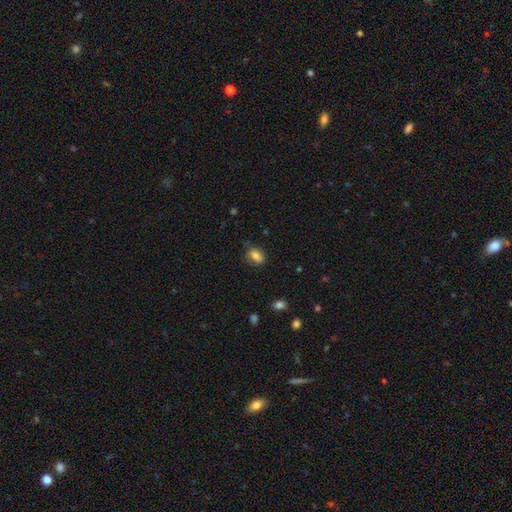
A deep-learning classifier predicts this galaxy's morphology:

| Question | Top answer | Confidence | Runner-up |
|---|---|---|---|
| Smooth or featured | smooth | 84% | star or artifact (9%) |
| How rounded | in between | 85% | round (10%) |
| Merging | none | 72% | minor disturbance (21%) |